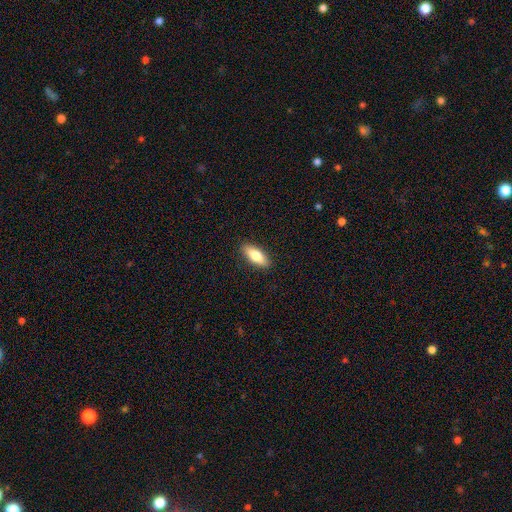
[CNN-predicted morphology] Smooth or featured? Predicted: smooth (p=0.76). How rounded? Predicted: in between (p=0.72). Merging? Predicted: none (p=0.89).